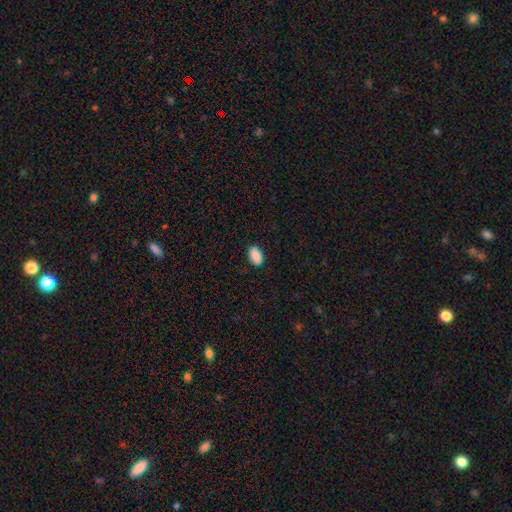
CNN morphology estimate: smooth 88%, star or artifact 7%, featured or disk 4%. Down the decision tree: how rounded — in between (91%); merging — none (85%).